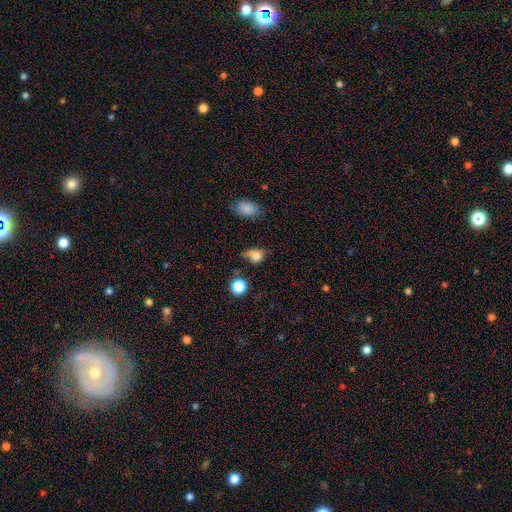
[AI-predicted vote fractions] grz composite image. It shows a smooth galaxy with no disk features (75%) that is in between round and cigar-shaped (53%). Merging: none (38%).